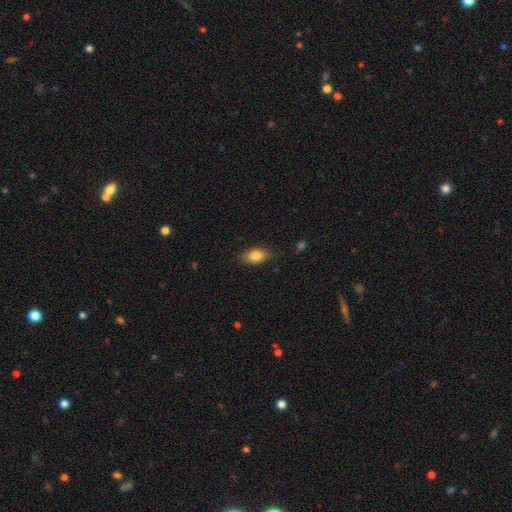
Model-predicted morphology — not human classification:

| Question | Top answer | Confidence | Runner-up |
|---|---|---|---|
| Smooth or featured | smooth | 83% | featured or disk (10%) |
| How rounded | in between | 87% | round (8%) |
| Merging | none | 83% | minor disturbance (13%) |